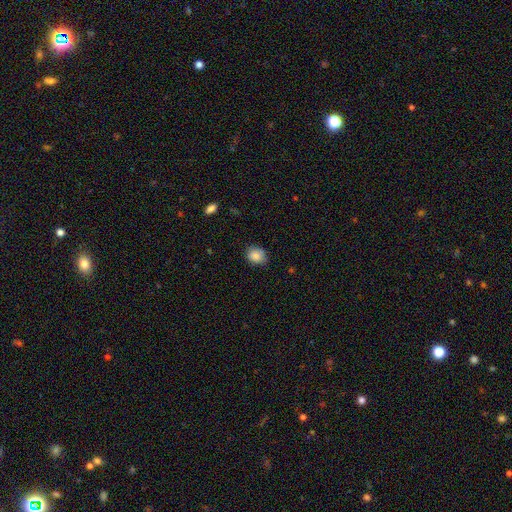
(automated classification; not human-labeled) smooth 86%, star or artifact 9%, featured or disk 6%. Down the decision tree: how rounded — round (55%); merging — none (74%).